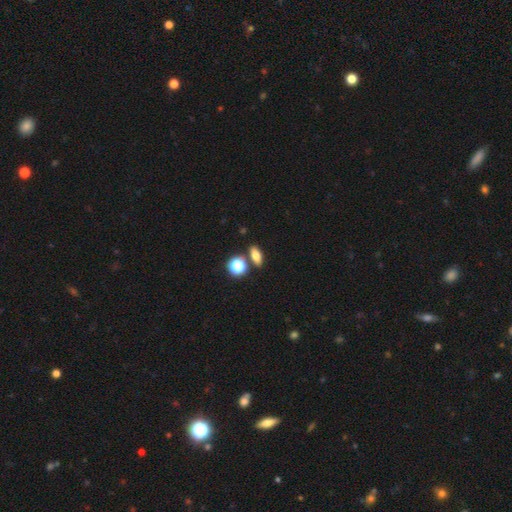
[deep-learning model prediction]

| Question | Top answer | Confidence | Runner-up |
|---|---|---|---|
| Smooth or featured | smooth | 71% | featured or disk (16%) |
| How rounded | in between | 68% | round (17%) |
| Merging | none | 77% | merger (11%) |